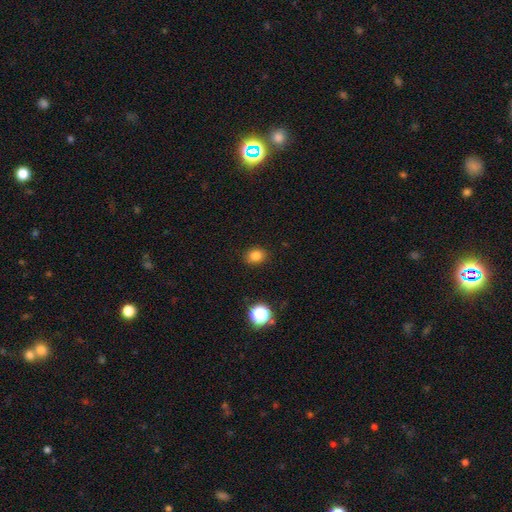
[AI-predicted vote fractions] Smooth or featured? smooth (81%)
How rounded? round (51%)
Merging? none (89%)